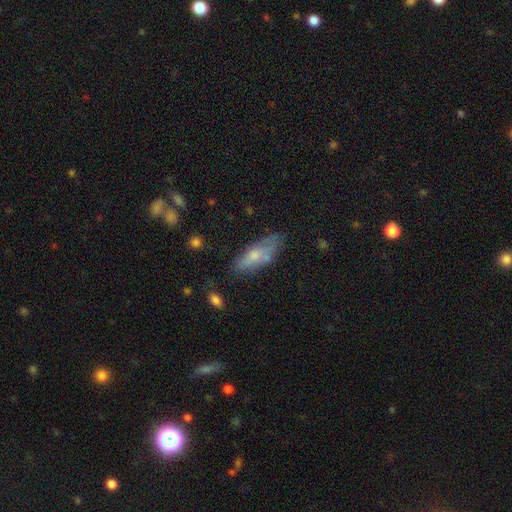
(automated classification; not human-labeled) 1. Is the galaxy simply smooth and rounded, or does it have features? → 62% smooth, 31% featured or disk, 7% star or artifact.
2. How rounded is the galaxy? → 64% in between, 33% cigar-shaped, 2% round.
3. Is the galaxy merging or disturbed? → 52% none, 30% minor disturbance, 12% major disturbance, 6% merger.